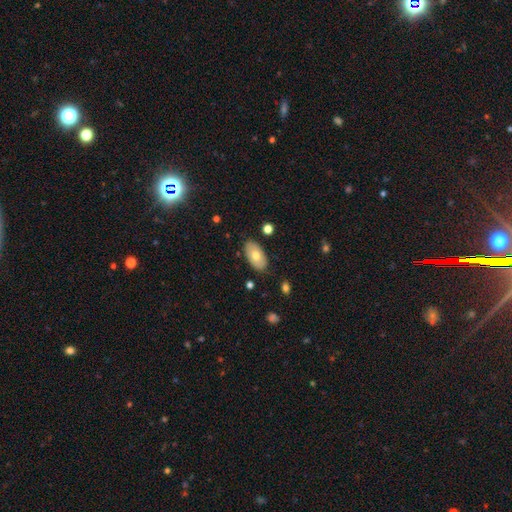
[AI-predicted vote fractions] smooth_or_featured: smooth (p=0.64) [alt: featured or disk p=0.30]
how_rounded: in between (p=0.94) [alt: round p=0.04]
merging: none (p=0.82) [alt: minor disturbance p=0.14]